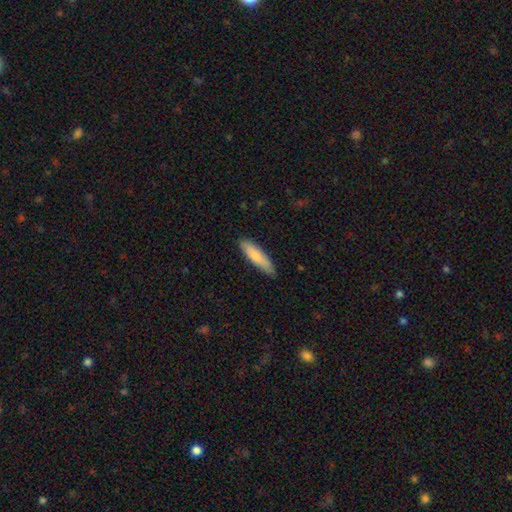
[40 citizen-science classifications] smooth-or-featured: smooth: 70% | featured or disk: 25% | star or artifact: 5%
  how-rounded: cigar-shaped: 71% | in between: 25% | round: 4%
  merging: none: 76% | minor disturbance: 18% | major disturbance: 3% | merger: 3%